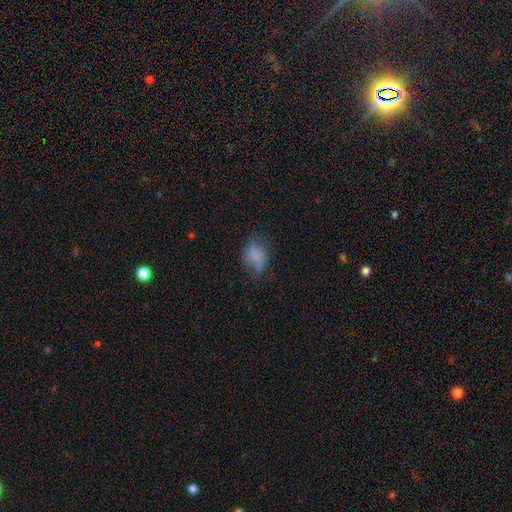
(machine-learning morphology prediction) Smooth or featured? Predicted: smooth (p=0.69). How rounded? Predicted: in between (p=0.72). Merging? Predicted: none (p=0.39).